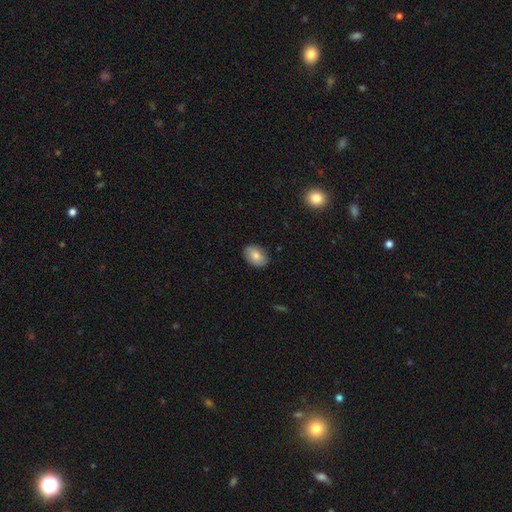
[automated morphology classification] Q: Smooth or featured?
A: smooth (79%); runner-up: featured or disk (13%)
Q: How rounded?
A: in between (82%); runner-up: round (17%)
Q: Merging?
A: none (87%); runner-up: minor disturbance (10%)